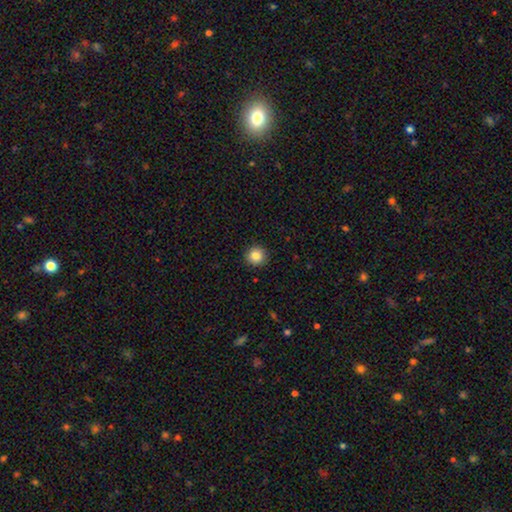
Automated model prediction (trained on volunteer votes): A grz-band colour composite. It shows a smooth galaxy with no disk features (84%) that is round (95%). Merging: none (92%).